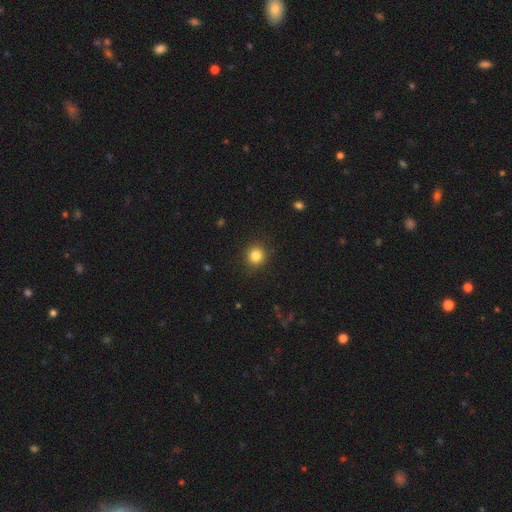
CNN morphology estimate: Smooth or featured: smooth — 84% (star or artifact — 11%)
How rounded: round — 90% (in between — 9%)
Merging: none — 89% (minor disturbance — 7%)